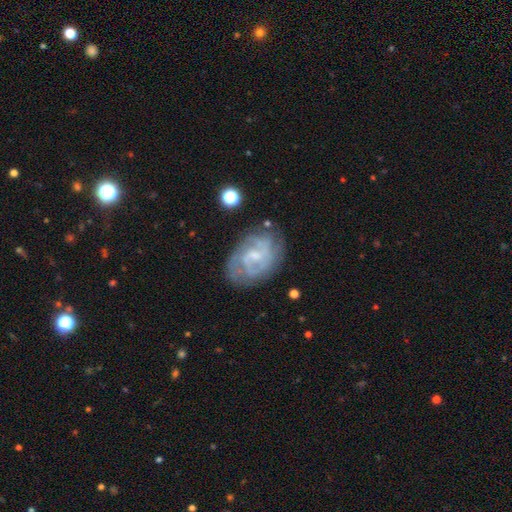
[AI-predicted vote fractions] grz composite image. It shows a featured or disk galaxy (81%) with a weak bar (51%), 2 (42%) tight (47%) spiral arms (91%) and a small central bulge (62%). Merging: none (70%).